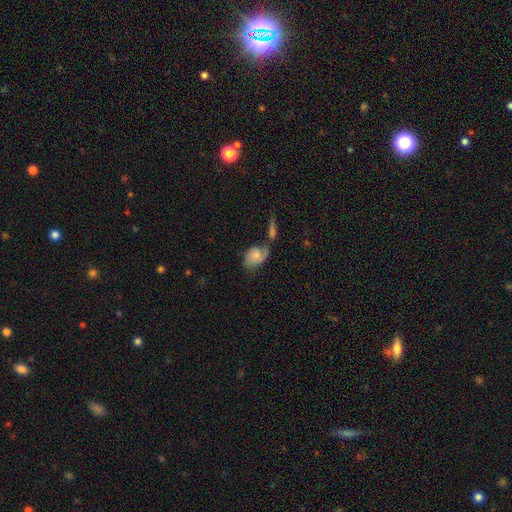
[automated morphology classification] Smooth or featured?
  - smooth: 59% *
  - featured or disk: 33%
  - star or artifact: 8%
How rounded?
  - in between: 79% *
  - round: 19%
  - cigar-shaped: 2%
Merging?
  - merger: 33% *
  - none: 31%
  - minor disturbance: 19%
  - major disturbance: 17%